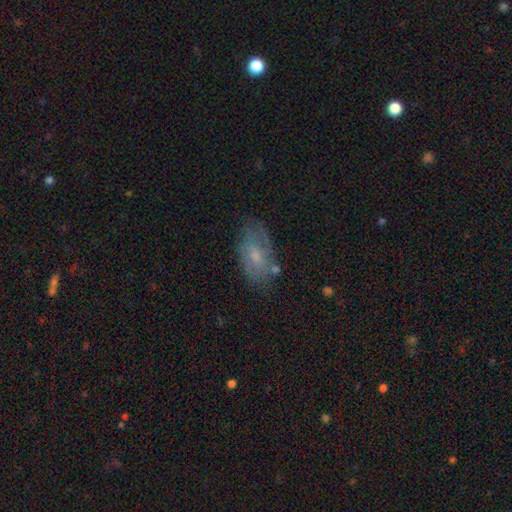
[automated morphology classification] This is possibly a smooth galaxy (47%). Merging: likely none (67%).